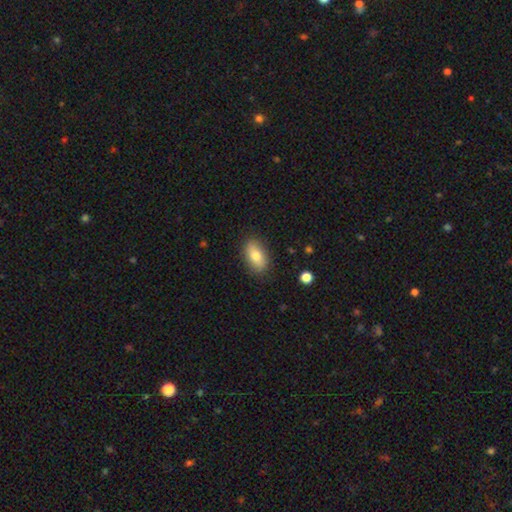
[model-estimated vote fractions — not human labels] smooth-or-featured: smooth: 75% | featured or disk: 18% | star or artifact: 7%
  how-rounded: in between: 89% | round: 6% | cigar-shaped: 5%
  merging: none: 85% | minor disturbance: 11% | major disturbance: 3% | merger: 1%